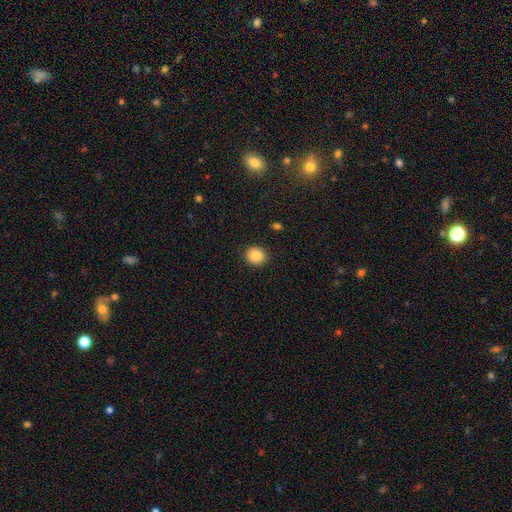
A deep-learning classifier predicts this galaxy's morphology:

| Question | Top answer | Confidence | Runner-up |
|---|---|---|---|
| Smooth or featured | smooth | 86% | star or artifact (9%) |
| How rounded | round | 85% | in between (14%) |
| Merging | none | 90% | minor disturbance (6%) |